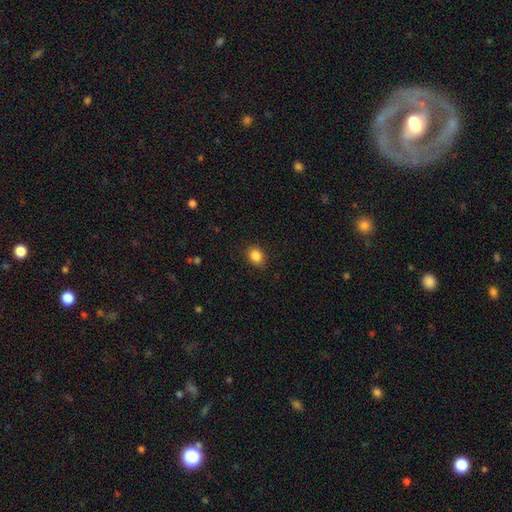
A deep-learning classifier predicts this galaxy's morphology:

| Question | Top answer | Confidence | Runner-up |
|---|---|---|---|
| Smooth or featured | smooth | 86% | star or artifact (10%) |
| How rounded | in between | 50% | round (49%) |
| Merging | none | 86% | minor disturbance (10%) |